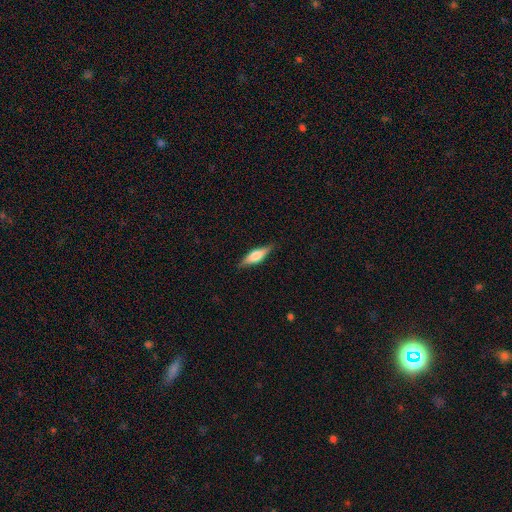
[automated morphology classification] smooth-or-featured: smooth: 51% | featured or disk: 42% | star or artifact: 7%
  how-rounded: cigar-shaped: 50% | in between: 48% | round: 3%
  merging: none: 85% | minor disturbance: 12% | major disturbance: 3% | merger: 1%